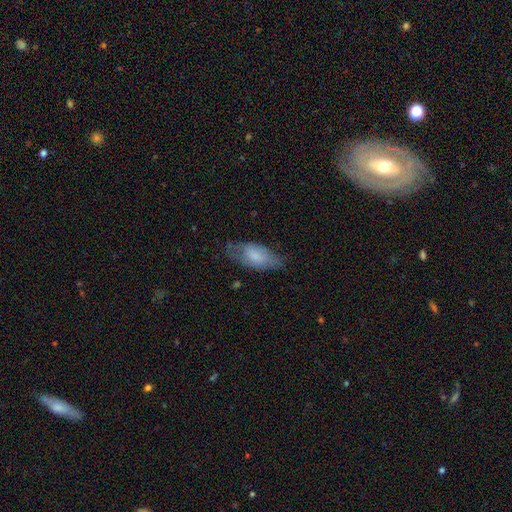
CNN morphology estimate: Smooth or featured?
  - smooth: 70% *
  - featured or disk: 23%
  - star or artifact: 7%
How rounded?
  - in between: 89% *
  - cigar-shaped: 9%
  - round: 3%
Merging?
  - none: 55% *
  - minor disturbance: 30%
  - major disturbance: 14%
  - merger: 2%